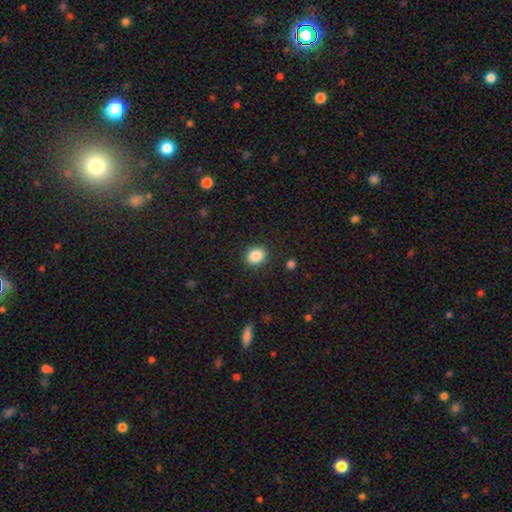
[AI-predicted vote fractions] smooth 87%, star or artifact 9%, featured or disk 4%. Down the decision tree: how rounded — round (63%); merging — none (89%).